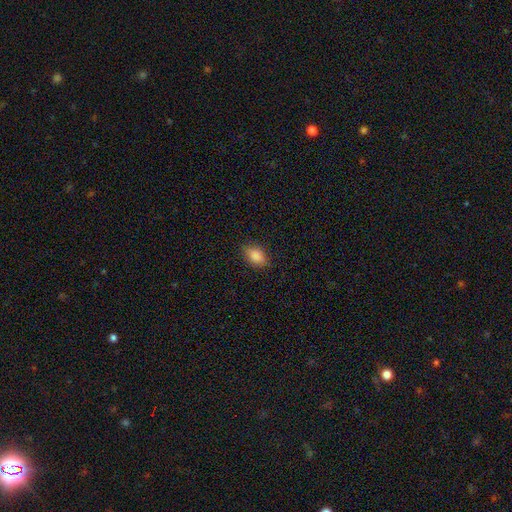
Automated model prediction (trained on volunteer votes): Overall: smooth (86%). How rounded: in between (78%). Merging: none (83%).